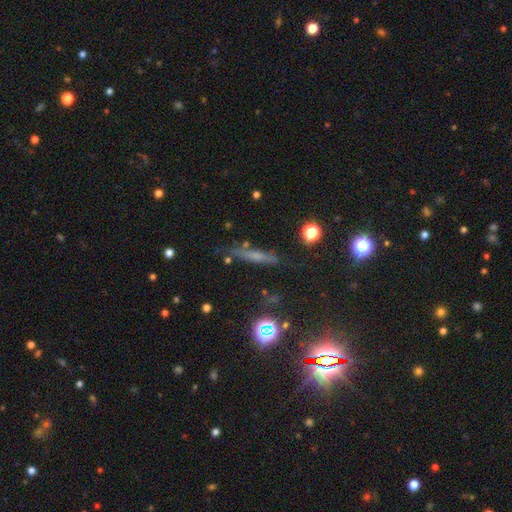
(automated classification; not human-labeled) smooth 44%, featured or disk 37%, star or artifact 19%. Down the decision tree: merging — none (79%).